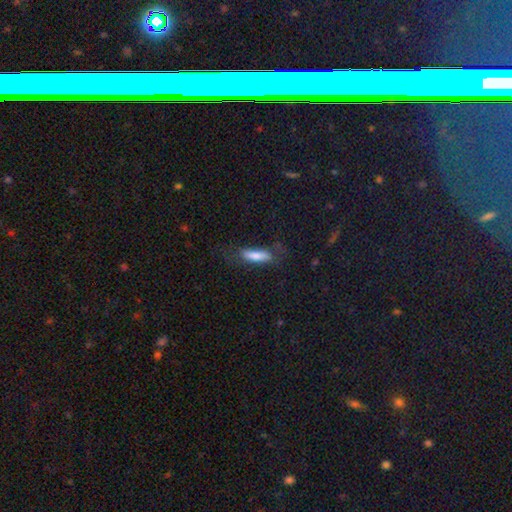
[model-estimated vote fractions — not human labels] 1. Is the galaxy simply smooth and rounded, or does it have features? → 75% smooth, 18% featured or disk, 7% star or artifact.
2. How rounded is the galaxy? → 59% cigar-shaped, 39% in between, 2% round.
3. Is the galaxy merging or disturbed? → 62% none, 23% minor disturbance, 13% major disturbance, 2% merger.